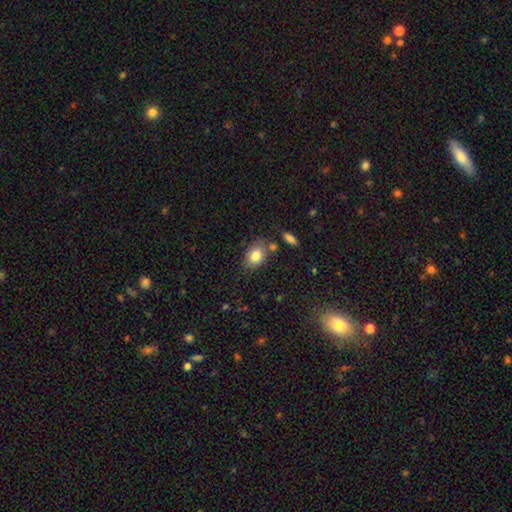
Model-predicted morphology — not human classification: smooth-or-featured: smooth: 82% | featured or disk: 10% | star or artifact: 8%
  how-rounded: in between: 74% | round: 25% | cigar-shaped: 1%
  merging: none: 69% | minor disturbance: 17% | merger: 9% | major disturbance: 4%